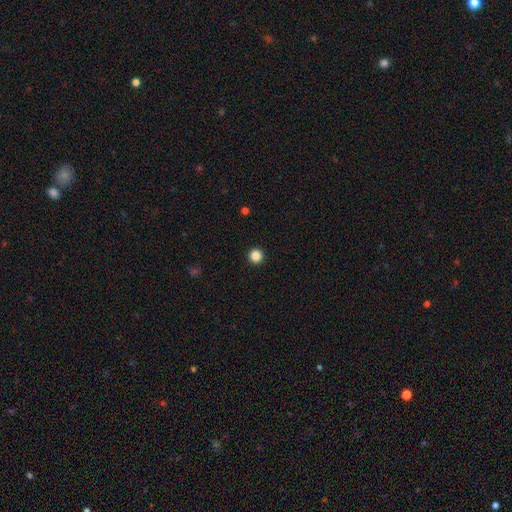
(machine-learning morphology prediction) This appears to be a smooth galaxy with no disk features (86%) that is round (97%). Merging: none (94%).